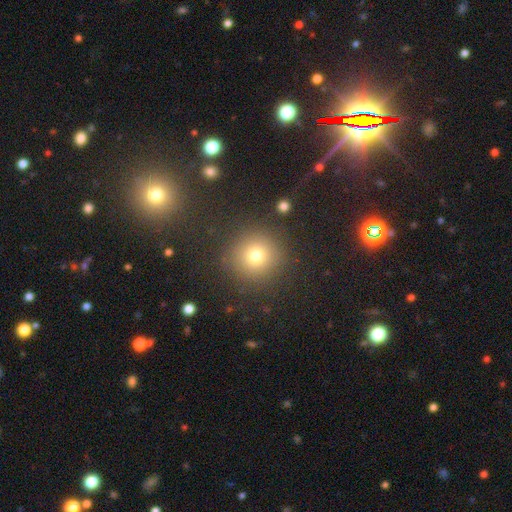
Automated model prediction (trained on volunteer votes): A smooth galaxy with no disk features (74%) that is round (94%).

Vote fractions:
- Smooth or featured? smooth: 74% / star or artifact: 17% / featured or disk: 9%
- How rounded? round: 94% / in between: 5% / cigar-shaped: 1%
- Merging? none: 88% / minor disturbance: 7% / major disturbance: 3% / merger: 2%